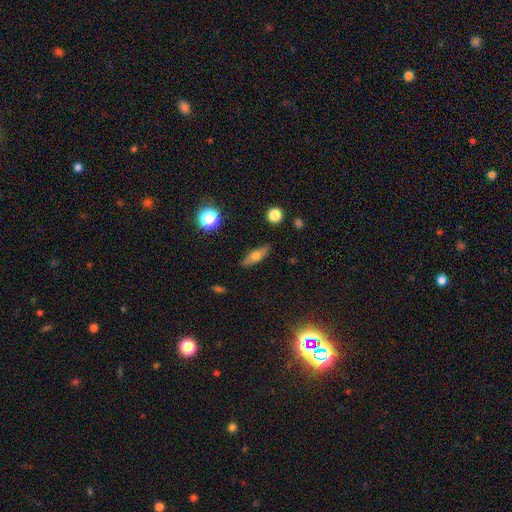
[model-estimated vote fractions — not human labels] smooth-or-featured: smooth: 57% | featured or disk: 34% | star or artifact: 9%
  how-rounded: in between: 61% | cigar-shaped: 32% | round: 7%
  merging: none: 86% | minor disturbance: 11% | major disturbance: 2% | merger: 1%